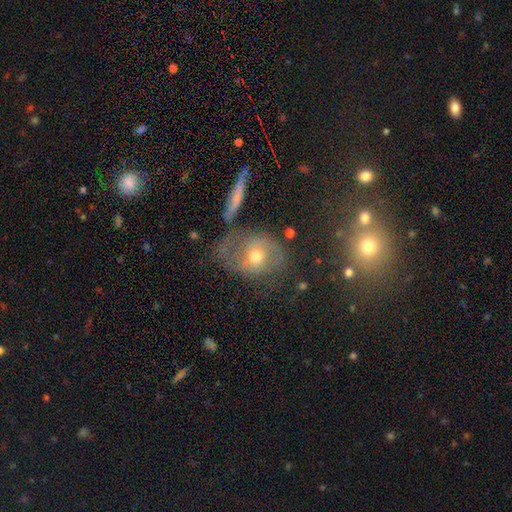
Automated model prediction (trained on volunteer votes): Smooth or featured?
  - featured or disk: 47% *
  - smooth: 40%
  - star or artifact: 13%
Merging?
  - none: 45% *
  - major disturbance: 22%
  - minor disturbance: 22%
  - merger: 12%